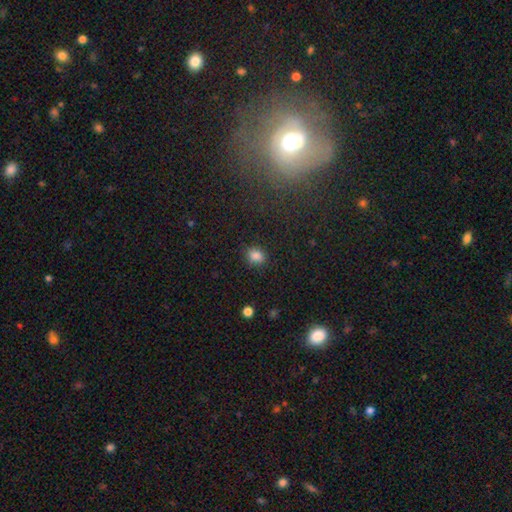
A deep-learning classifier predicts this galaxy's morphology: This is clearly a smooth galaxy (84%). How rounded: possibly round (50%). Merging: clearly none (82%).